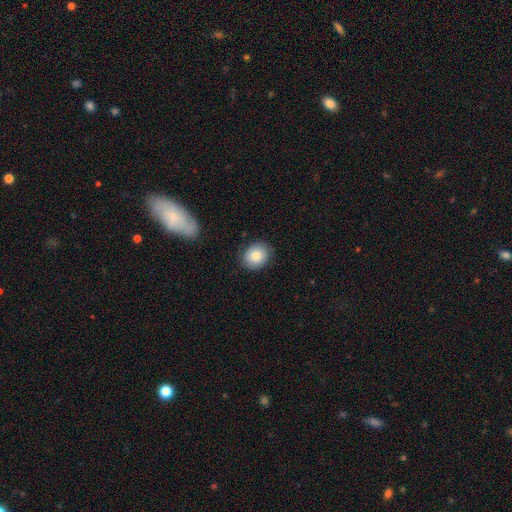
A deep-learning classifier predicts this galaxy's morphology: This appears to be a smooth galaxy with no disk features (78%) that is round (68%). Merging: none (83%).